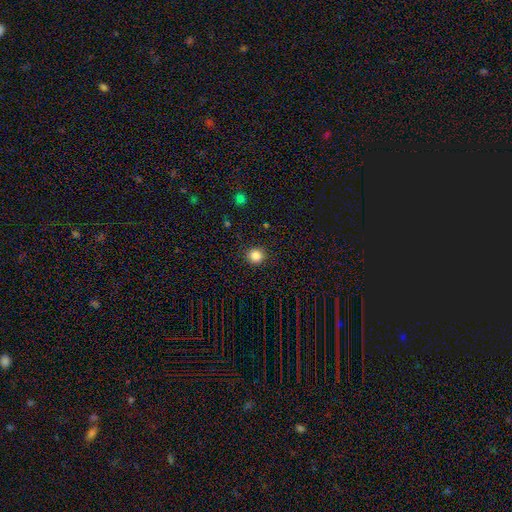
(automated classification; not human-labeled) The model was most divided on "how rounded": round: 77%, in between: 22%, cigar-shaped: 1%. More confident: merging — none (89%); smooth or featured — smooth (85%).